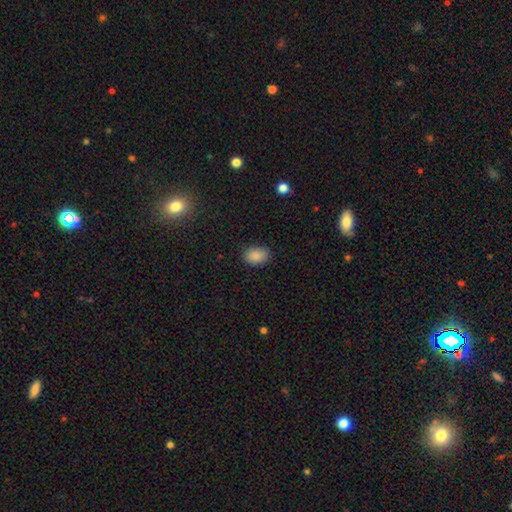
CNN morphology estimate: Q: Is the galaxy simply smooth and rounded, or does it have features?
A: smooth — 87%.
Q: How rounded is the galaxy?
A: in between — 77%.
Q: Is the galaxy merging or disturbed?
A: none — 85%.